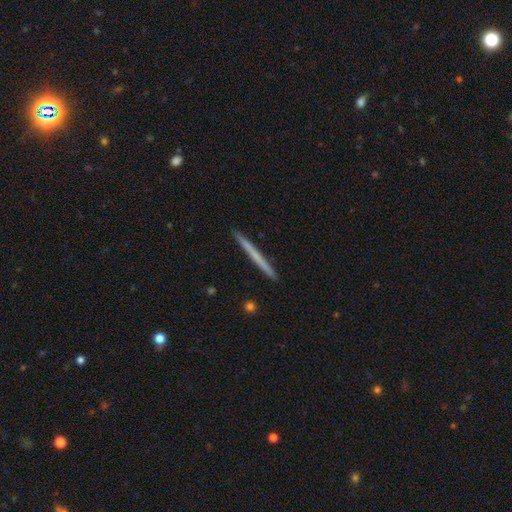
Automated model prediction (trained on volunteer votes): Morphology: type=smooth (55%); roundness=cigar-shaped (97%); merging=none (93%).